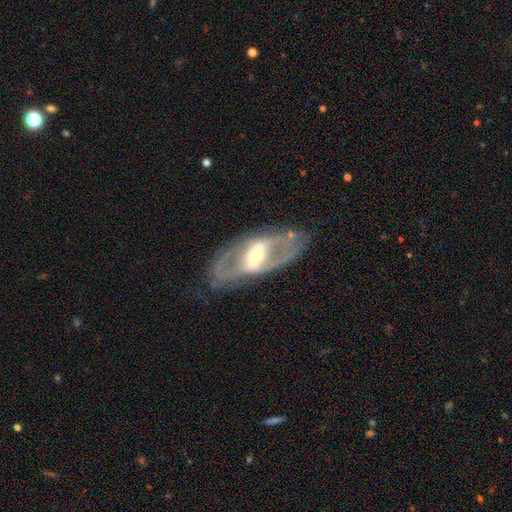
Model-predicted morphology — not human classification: featured or disk 82%, smooth 12%, star or artifact 6%. Down the decision tree: edge-on disk — no (90%); bar — strong (61%); spiral arms — yes (71%); spiral arm count — 2 (81%); spiral winding — medium (47%); bulge size — moderate (54%); merging — none (71%).